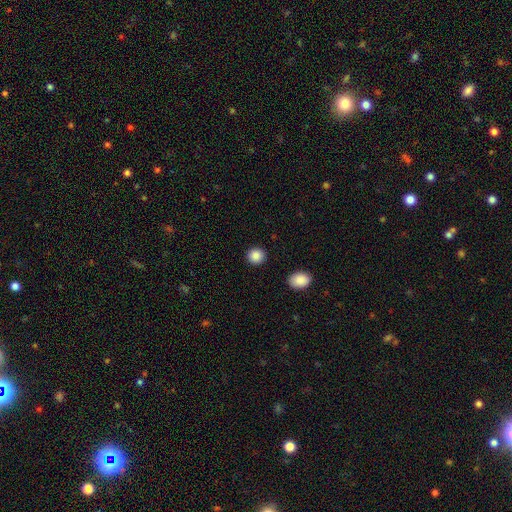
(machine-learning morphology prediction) smooth_or_featured: smooth (p=0.88) [alt: star or artifact p=0.09]
how_rounded: round (p=0.89) [alt: in between p=0.10]
merging: none (p=0.91) [alt: minor disturbance p=0.05]